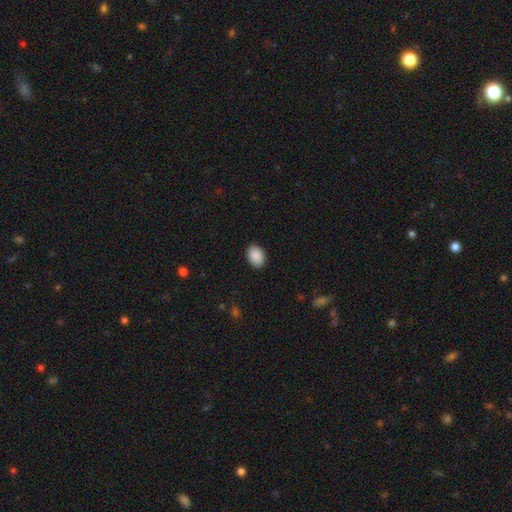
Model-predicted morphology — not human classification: Smooth or featured? Predicted: smooth (p=0.90). How rounded? Predicted: in between (p=0.81). Merging? Predicted: none (p=0.90).